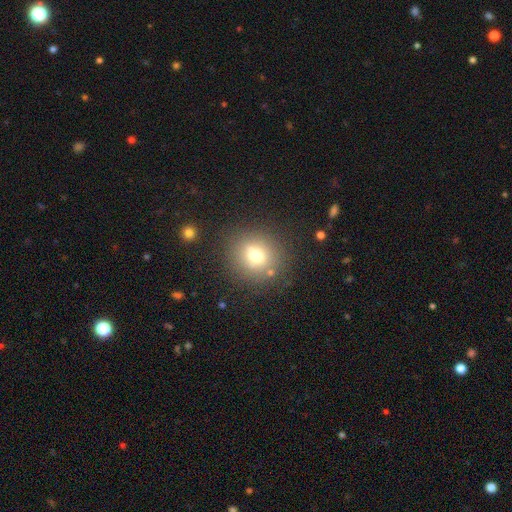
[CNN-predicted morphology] A smooth galaxy with no disk features (70%) that is round (87%). Merging: none (82%).